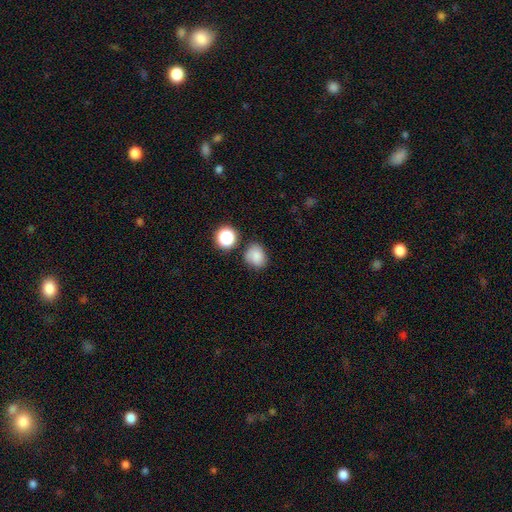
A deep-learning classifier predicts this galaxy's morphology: smooth_or_featured: smooth (p=0.79) [alt: star or artifact p=0.13]
how_rounded: round (p=0.62) [alt: in between p=0.37]
merging: none (p=0.69) [alt: minor disturbance p=0.19]